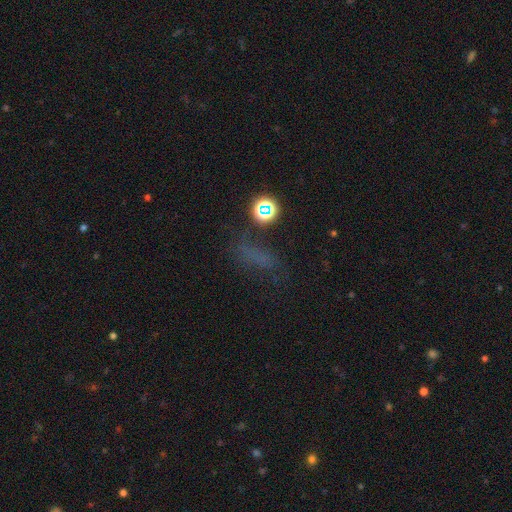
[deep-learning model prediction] Q: Smooth or featured?
A: smooth (54%); runner-up: star or artifact (33%)
Q: How rounded?
A: in between (49%); runner-up: round (31%)
Q: Merging?
A: none (59%); runner-up: minor disturbance (18%)